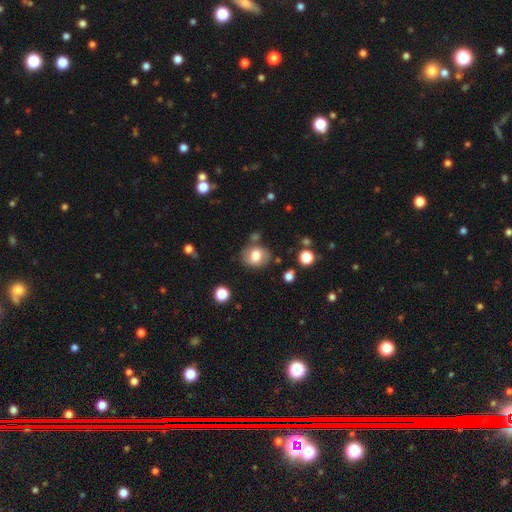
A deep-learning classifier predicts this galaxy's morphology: Q: Smooth or featured?
A: smooth (67%); runner-up: featured or disk (23%)
Q: How rounded?
A: round (53%); runner-up: in between (46%)
Q: Merging?
A: none (70%); runner-up: minor disturbance (18%)